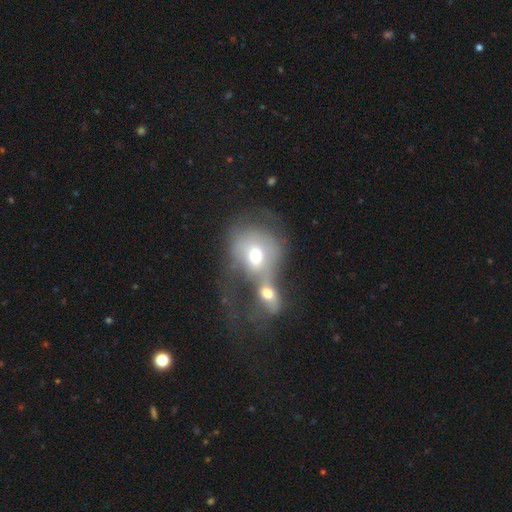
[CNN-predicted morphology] Smooth or featured? Predicted: smooth (p=0.53). How rounded? Predicted: round (p=0.59). Merging? Predicted: merger (p=0.71).